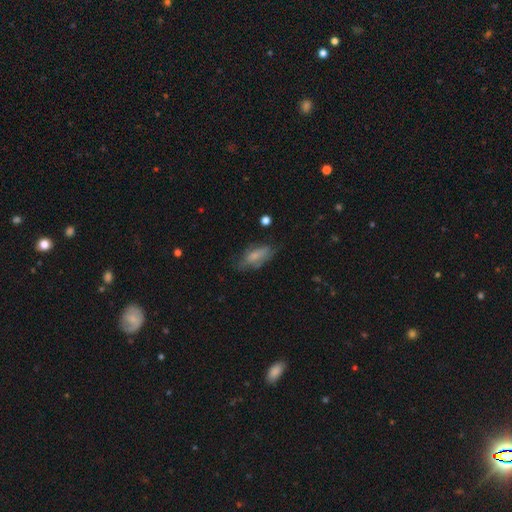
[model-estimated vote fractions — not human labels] This appears to be a smooth galaxy with no disk features (64%) that is in between round and cigar-shaped (80%). Merging: none (55%).